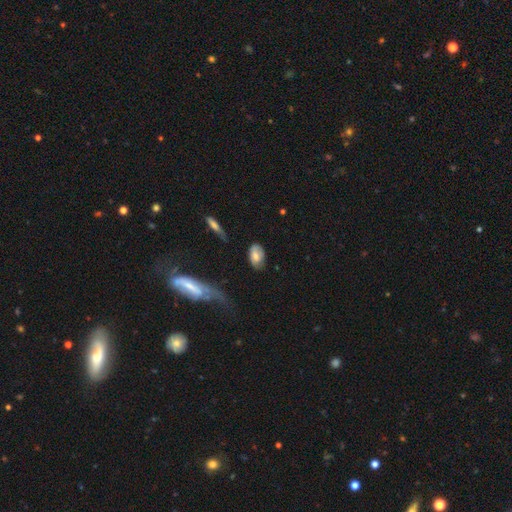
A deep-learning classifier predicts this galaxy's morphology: The model was most divided on "smooth or featured": smooth: 64%, featured or disk: 29%, star or artifact: 7%. More confident: how rounded — in between (90%); merging — none (66%).